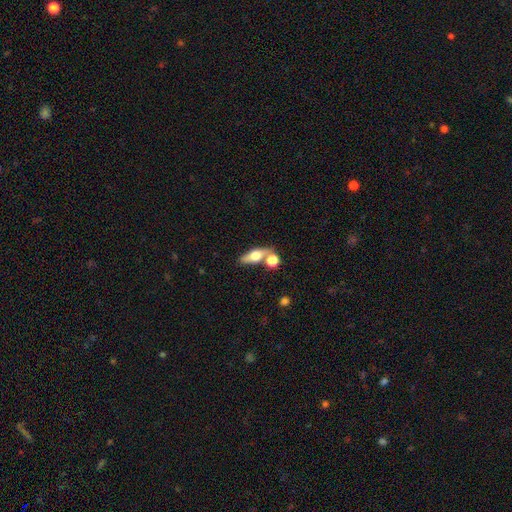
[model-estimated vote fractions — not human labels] Q: Smooth or featured?
A: smooth (47%); runner-up: featured or disk (44%)
Q: Merging?
A: none (62%); runner-up: merger (22%)